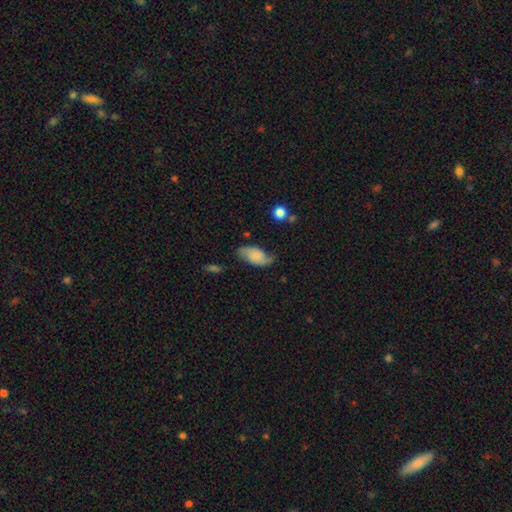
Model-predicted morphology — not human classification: Smooth or featured? featured or disk (52%)
Edge-on disk? no (94%)
Merging? none (59%)